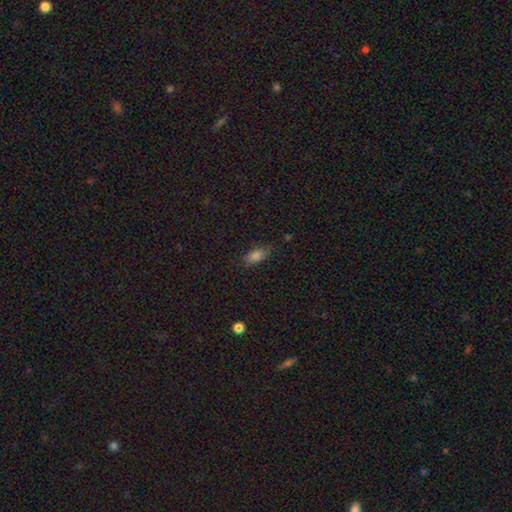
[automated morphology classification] Overall: smooth (81%). How rounded: in between (86%). Merging: none (78%).